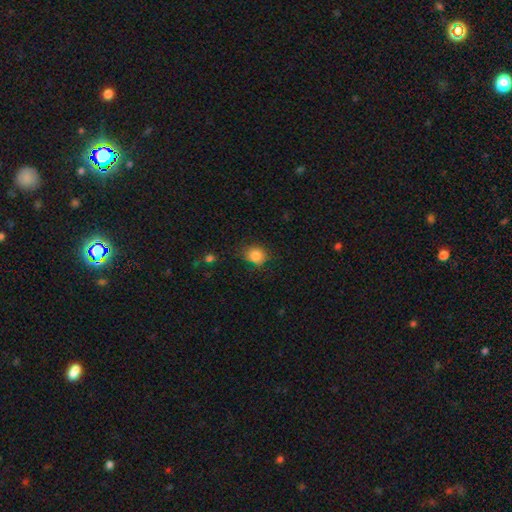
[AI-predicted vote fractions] smooth_or_featured: smooth (p=0.85) [alt: star or artifact p=0.10]
how_rounded: round (p=0.70) [alt: in between p=0.30]
merging: none (p=0.74) [alt: minor disturbance p=0.20]